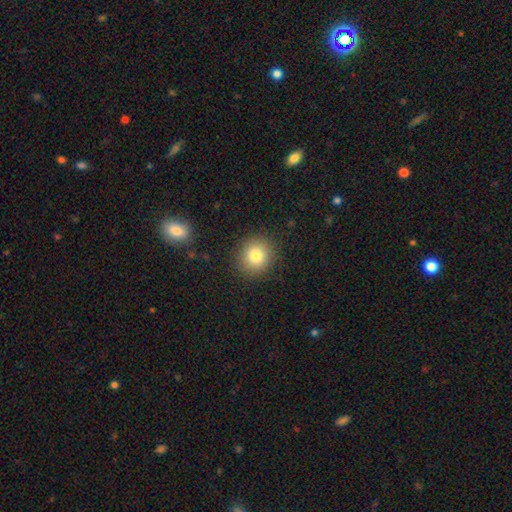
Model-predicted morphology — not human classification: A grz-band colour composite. It shows a smooth galaxy with no disk features (81%) that is round (87%). Merging: none (89%).